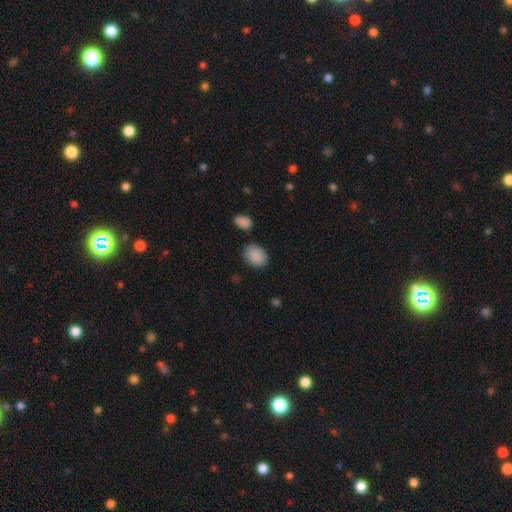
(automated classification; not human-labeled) A smooth galaxy with no disk features (89%) that is in between round and cigar-shaped (65%). Merging: none (76%).